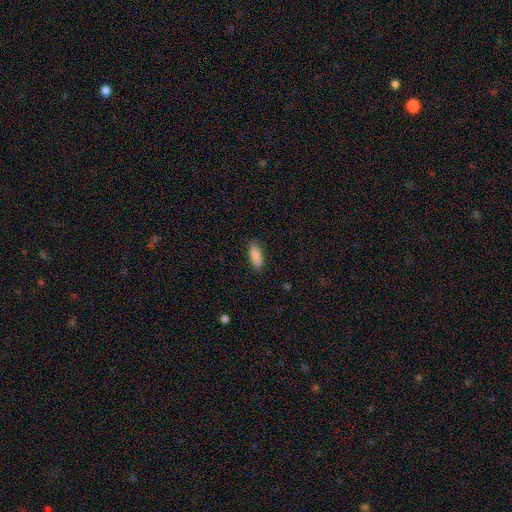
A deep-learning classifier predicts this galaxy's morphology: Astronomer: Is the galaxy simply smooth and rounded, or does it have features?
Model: smooth — 88%.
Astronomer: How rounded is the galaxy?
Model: in between — 68%.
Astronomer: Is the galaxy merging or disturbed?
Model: none — 87%.